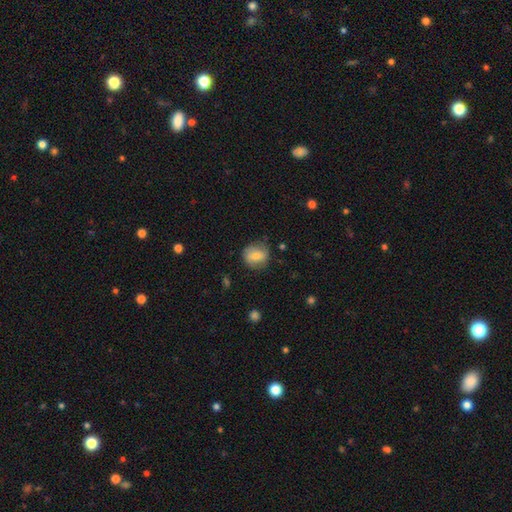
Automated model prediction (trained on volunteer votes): smooth-or-featured: smooth: 68% | featured or disk: 24% | star or artifact: 8%
  how-rounded: round: 75% | in between: 24% | cigar-shaped: 1%
  merging: none: 71% | minor disturbance: 20% | major disturbance: 7% | merger: 1%